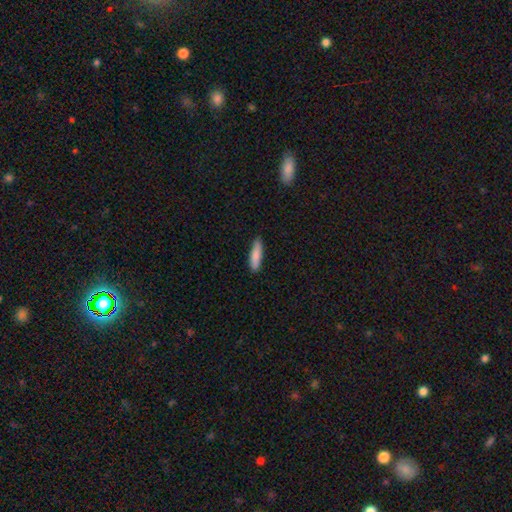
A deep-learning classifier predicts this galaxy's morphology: Smooth or featured? Predicted: smooth (p=0.86). How rounded? Predicted: cigar-shaped (p=0.70). Merging? Predicted: none (p=0.86).